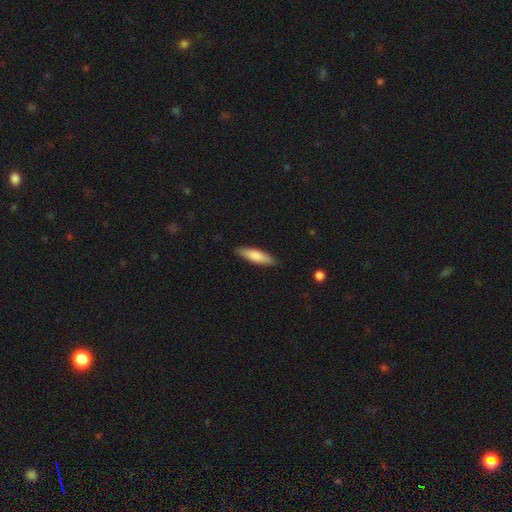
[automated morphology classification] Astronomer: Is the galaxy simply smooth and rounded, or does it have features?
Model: smooth — 78%.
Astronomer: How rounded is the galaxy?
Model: cigar-shaped — 62%.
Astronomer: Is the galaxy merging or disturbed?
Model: none — 87%.